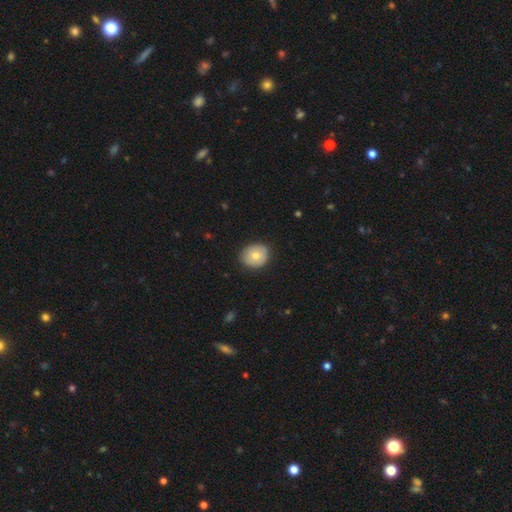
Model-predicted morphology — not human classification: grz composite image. It shows a smooth galaxy with no disk features (75%) that is round (64%). Merging: none (83%).